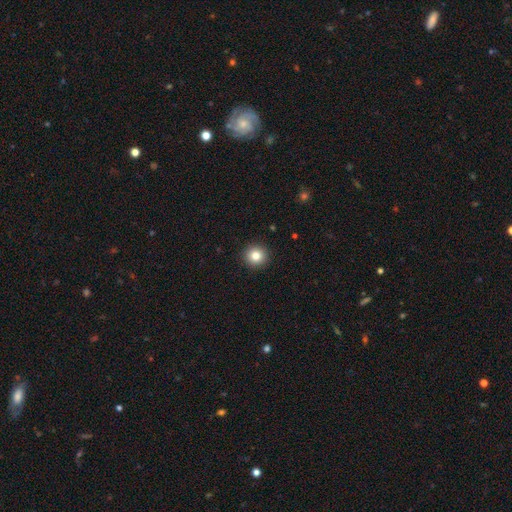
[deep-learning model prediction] Overall: smooth (83%). How rounded: round (94%). Merging: none (93%).